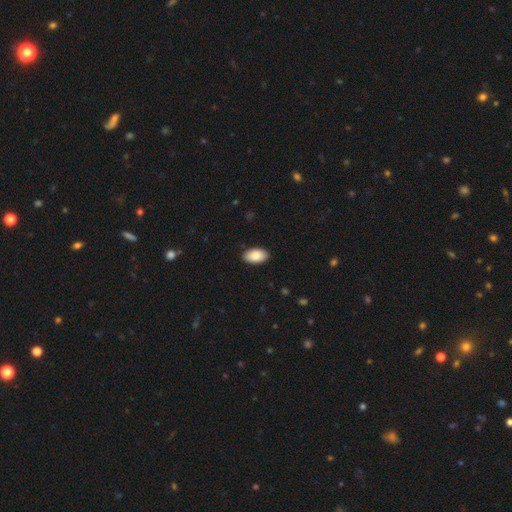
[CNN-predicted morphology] Smooth or featured: smooth — 87% (featured or disk — 7%)
How rounded: in between — 95% (round — 3%)
Merging: none — 90% (minor disturbance — 8%)